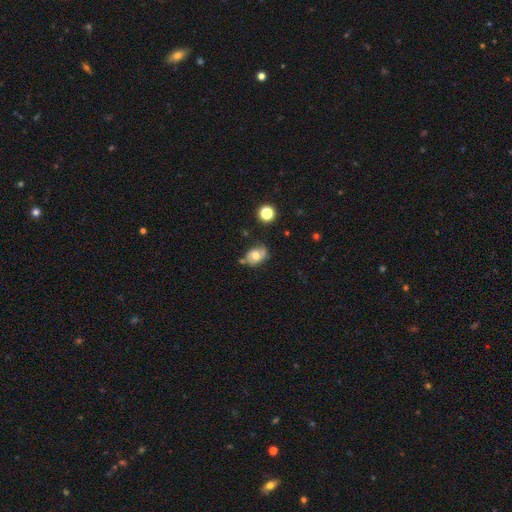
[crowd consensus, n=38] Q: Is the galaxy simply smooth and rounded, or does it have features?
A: smooth — 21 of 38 (55%).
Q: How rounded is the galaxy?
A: in between — 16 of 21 (76%).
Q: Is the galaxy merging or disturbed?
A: minor disturbance — 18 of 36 (50%).